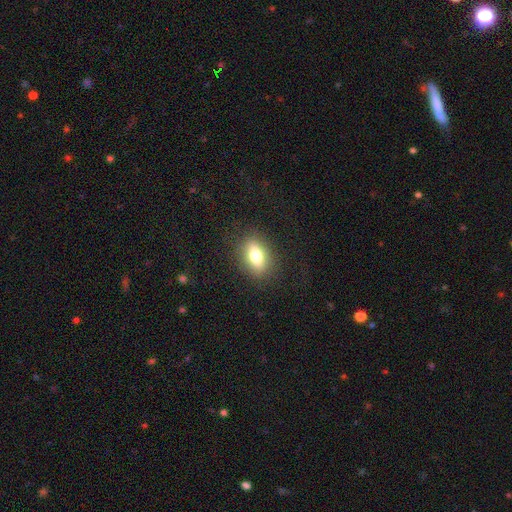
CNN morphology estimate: Smooth or featured: smooth — 72% (featured or disk — 19%)
How rounded: in between — 79% (round — 14%)
Merging: none — 86% (minor disturbance — 10%)